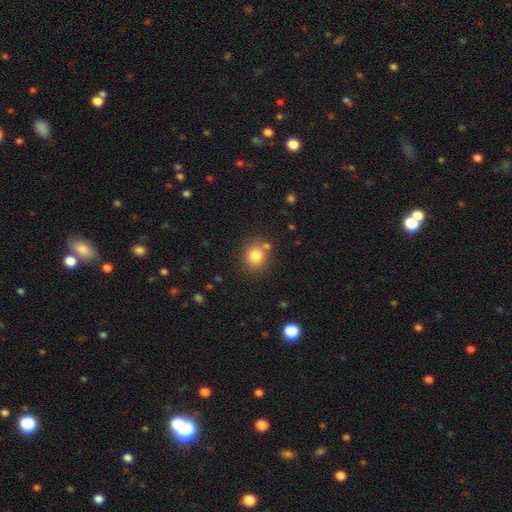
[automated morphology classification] A smooth galaxy with no disk features (81%) that is round (76%). Merging: none (76%).